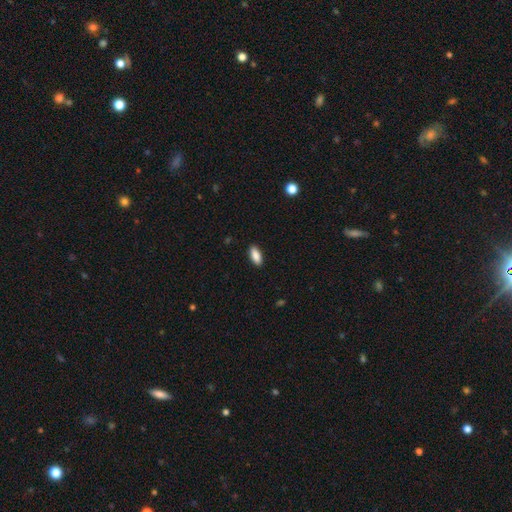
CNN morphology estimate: Smooth or featured? smooth (89%)
How rounded? in between (84%)
Merging? none (90%)